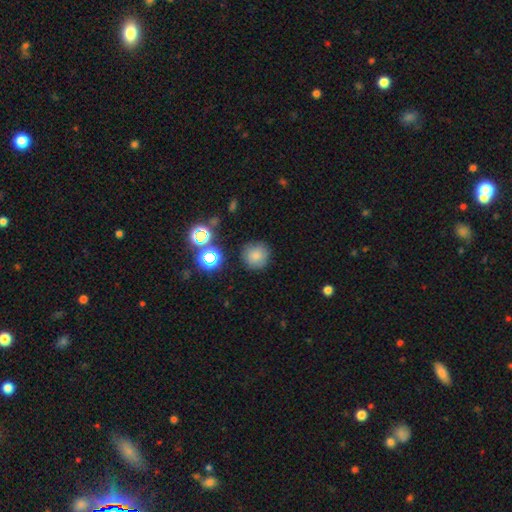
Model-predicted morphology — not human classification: This is likely a smooth galaxy (77%). How rounded: clearly round (94%). Merging: clearly none (84%).